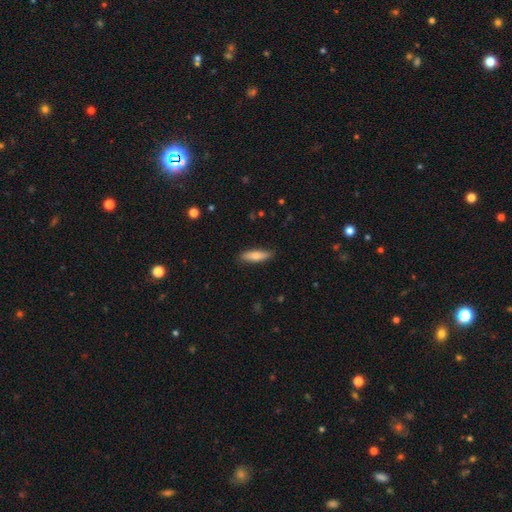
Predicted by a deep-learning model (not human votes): smooth_or_featured: smooth (p=0.72) [alt: featured or disk p=0.21]
how_rounded: cigar-shaped (p=0.57) [alt: in between p=0.41]
merging: none (p=0.87) [alt: minor disturbance p=0.10]